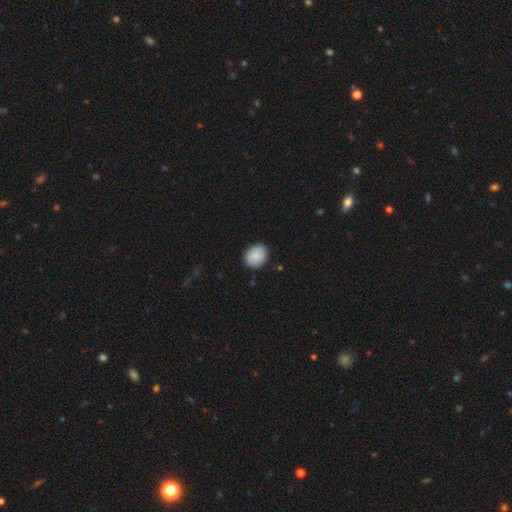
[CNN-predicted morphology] This appears to be a smooth galaxy with no disk features (83%) that is round (67%). Merging: none (85%).